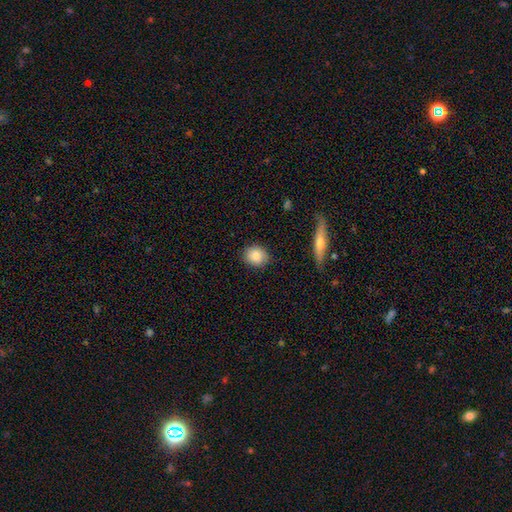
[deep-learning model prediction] Q: Smooth or featured?
A: smooth (87%); runner-up: star or artifact (7%)
Q: How rounded?
A: round (66%); runner-up: in between (33%)
Q: Merging?
A: none (85%); runner-up: minor disturbance (11%)